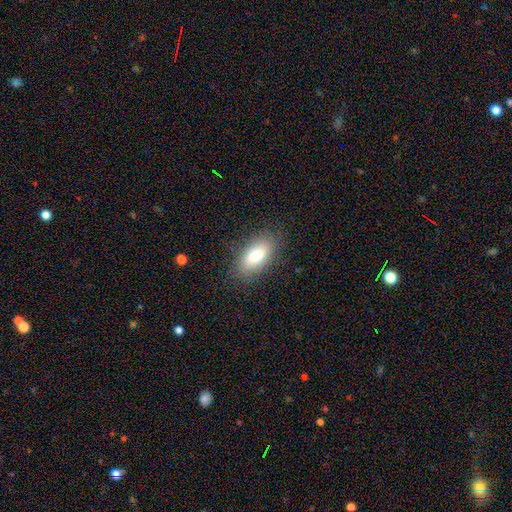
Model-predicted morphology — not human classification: This appears to be a smooth galaxy with no disk features (79%) that is in between round and cigar-shaped (87%). Merging: none (84%).